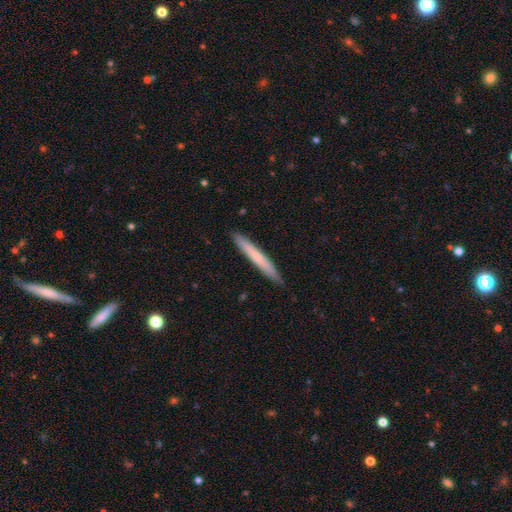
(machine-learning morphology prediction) A smooth galaxy with no disk features (65%) that is cigar-shaped (97%). Merging: none (91%).